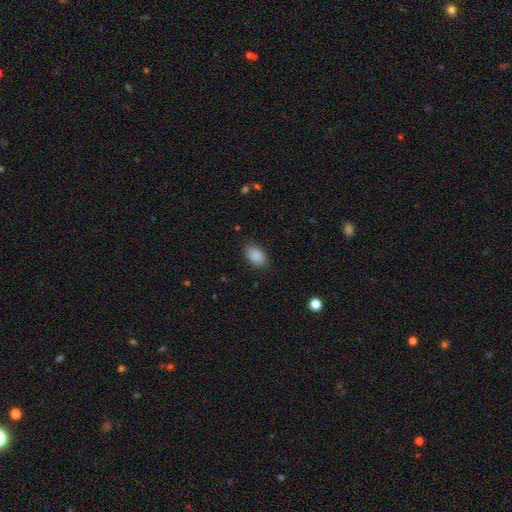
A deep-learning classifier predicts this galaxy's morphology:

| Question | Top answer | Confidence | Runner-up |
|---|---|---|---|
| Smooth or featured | smooth | 89% | star or artifact (7%) |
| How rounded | in between | 89% | round (9%) |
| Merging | none | 84% | minor disturbance (12%) |